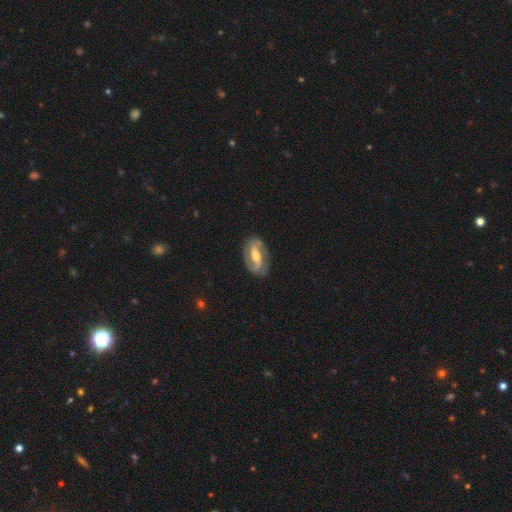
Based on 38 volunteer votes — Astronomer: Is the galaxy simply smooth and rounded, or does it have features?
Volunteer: featured or disk — 97%.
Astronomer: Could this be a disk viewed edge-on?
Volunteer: no — 97%.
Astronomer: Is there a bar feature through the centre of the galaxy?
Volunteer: weak — 44% (runner-up: strong, 39%).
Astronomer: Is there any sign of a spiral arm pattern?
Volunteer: yes — 94%.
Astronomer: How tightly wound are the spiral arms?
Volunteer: loose — 65%.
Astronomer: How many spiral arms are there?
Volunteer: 2 — 94%.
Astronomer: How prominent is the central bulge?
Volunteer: moderate — 72%.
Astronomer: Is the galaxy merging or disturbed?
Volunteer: none — 78%.